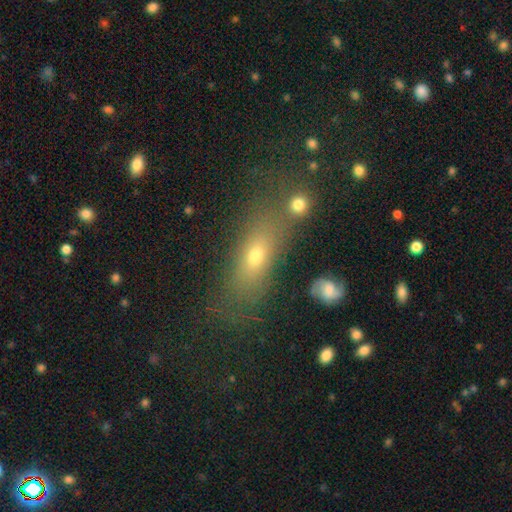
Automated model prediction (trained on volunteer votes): Smooth or featured: smooth — 65% (featured or disk — 19%)
How rounded: in between — 63% (cigar-shaped — 26%)
Merging: none — 62% (minor disturbance — 15%)